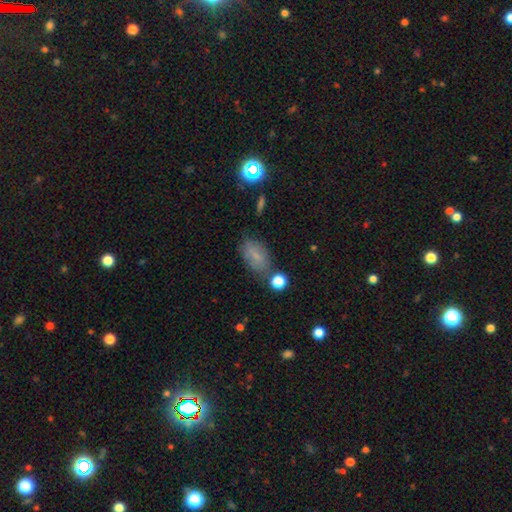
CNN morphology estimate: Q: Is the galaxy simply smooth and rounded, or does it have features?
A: smooth — 69%.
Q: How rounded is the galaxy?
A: in between — 87%.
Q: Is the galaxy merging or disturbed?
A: none — 67%.